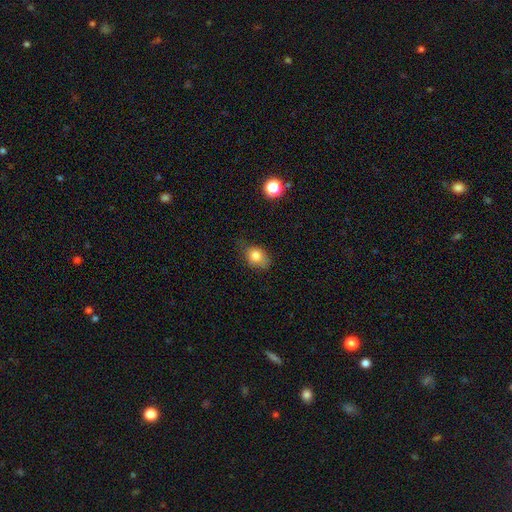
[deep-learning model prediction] Morphology: type=smooth (80%); roundness=in between (67%); merging=none (58%).